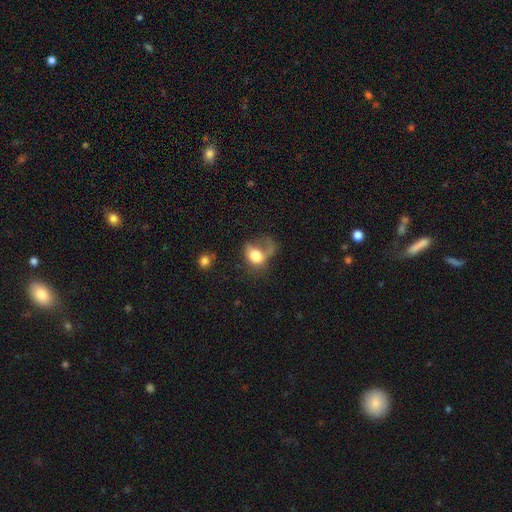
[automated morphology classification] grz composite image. It shows a smooth galaxy with no disk features (63%) that is in between round and cigar-shaped (63%). Merging: major disturbance (56%).